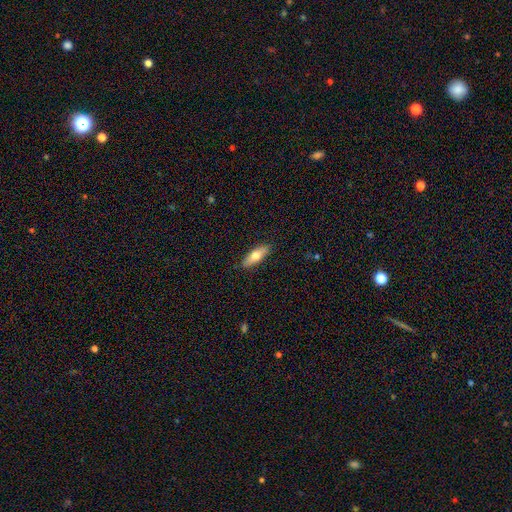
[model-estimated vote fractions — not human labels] A smooth galaxy with no disk features (67%) that is in between round and cigar-shaped (62%). Merging: none (89%).